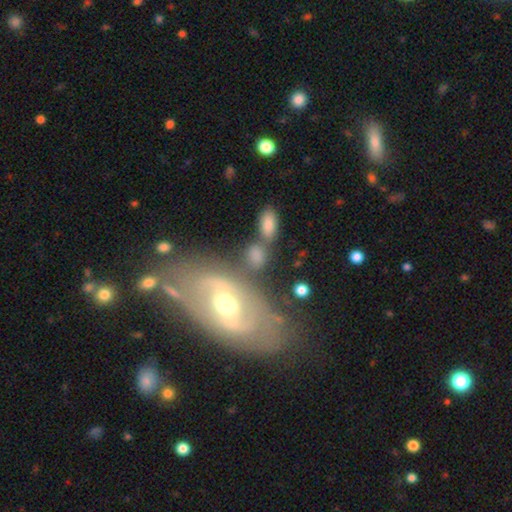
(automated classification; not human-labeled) Overall: smooth (67%). How rounded: in between (71%). Merging: none (48%; merger 27%).